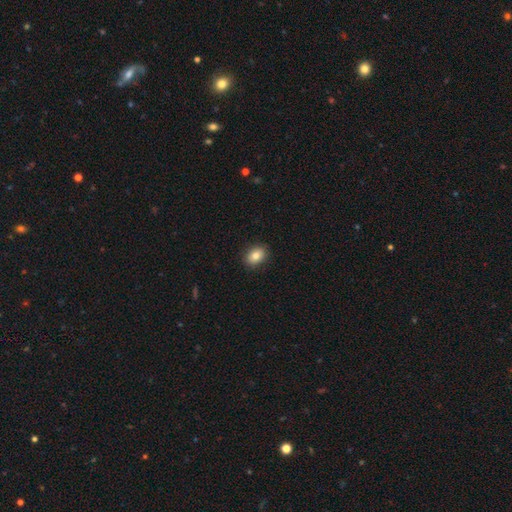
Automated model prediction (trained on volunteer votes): smooth-or-featured: smooth: 83% | star or artifact: 9% | featured or disk: 8%
  how-rounded: in between: 68% | round: 31% | cigar-shaped: 1%
  merging: none: 89% | minor disturbance: 8% | major disturbance: 2% | merger: 1%